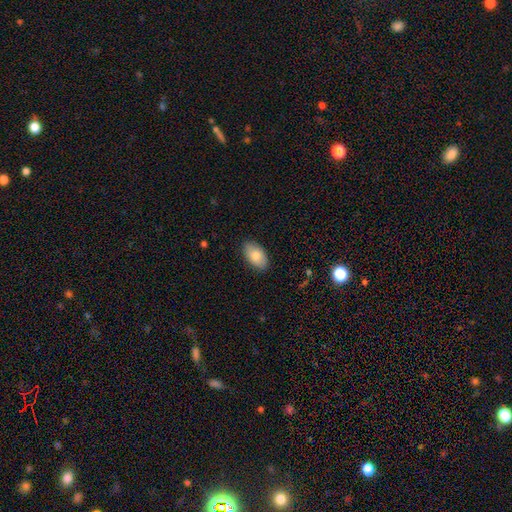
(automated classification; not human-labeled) smooth 81%, featured or disk 12%, star or artifact 6%. Down the decision tree: how rounded — in between (94%); merging — none (86%).